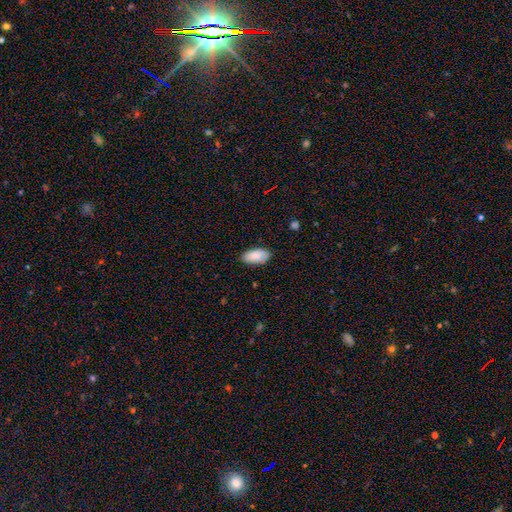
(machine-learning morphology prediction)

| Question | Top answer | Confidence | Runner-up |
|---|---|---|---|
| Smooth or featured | smooth | 89% | star or artifact (6%) |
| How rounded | in between | 94% | cigar-shaped (4%) |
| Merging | none | 86% | minor disturbance (11%) |